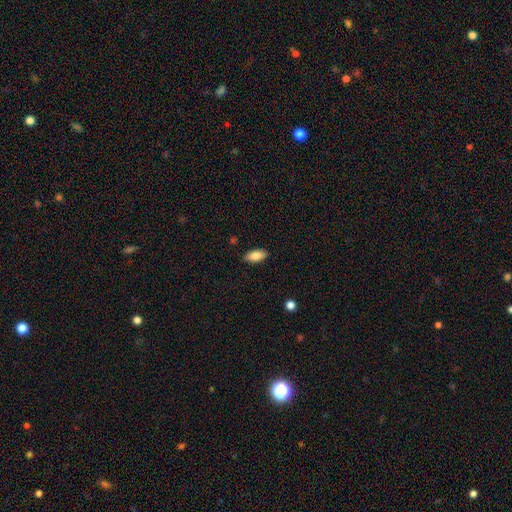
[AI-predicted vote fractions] A smooth galaxy with no disk features (86%) that is in between round and cigar-shaped (90%). Merging: none (88%).